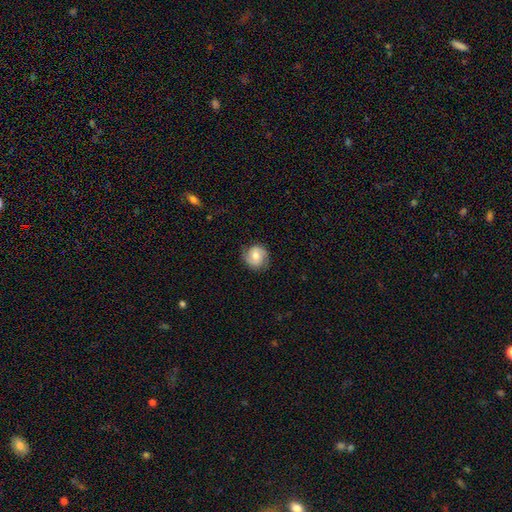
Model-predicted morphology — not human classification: Smooth or featured?
  - smooth: 51% *
  - featured or disk: 40%
  - star or artifact: 8%
How rounded?
  - round: 84% *
  - in between: 15%
  - cigar-shaped: 1%
Merging?
  - none: 80% *
  - minor disturbance: 14%
  - major disturbance: 4%
  - merger: 1%